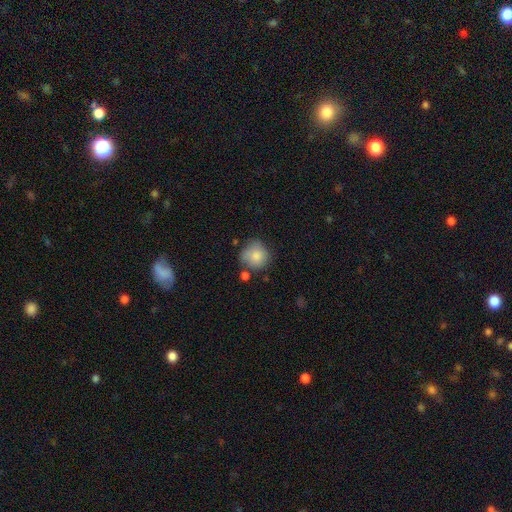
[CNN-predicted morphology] smooth_or_featured: smooth (p=0.82) [alt: featured or disk p=0.10]
how_rounded: round (p=0.90) [alt: in between p=0.09]
merging: none (p=0.62) [alt: minor disturbance p=0.22]